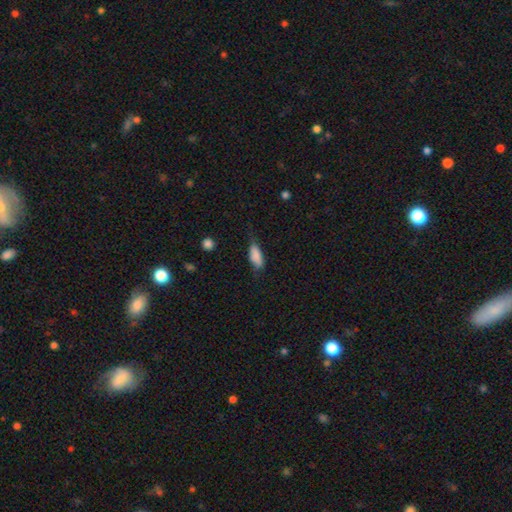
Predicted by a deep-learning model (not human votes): smooth_or_featured: smooth (p=0.81) [alt: featured or disk p=0.12]
how_rounded: in between (p=0.74) [alt: cigar-shaped p=0.23]
merging: none (p=0.50) [alt: minor disturbance p=0.36]